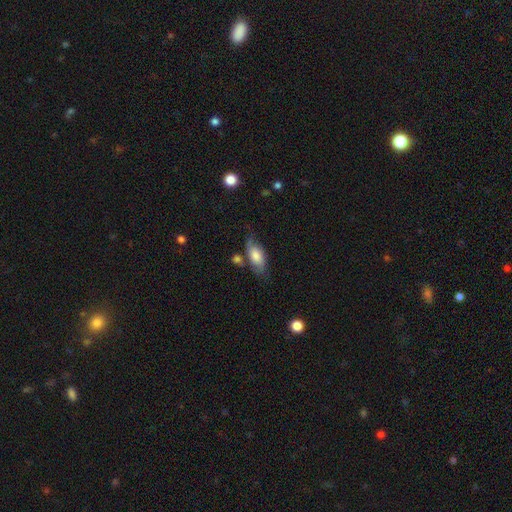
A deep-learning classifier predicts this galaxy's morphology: Overall: smooth (64%; featured or disk 29%). How rounded: in between (86%). Merging: none (57%; minor disturbance 26%).